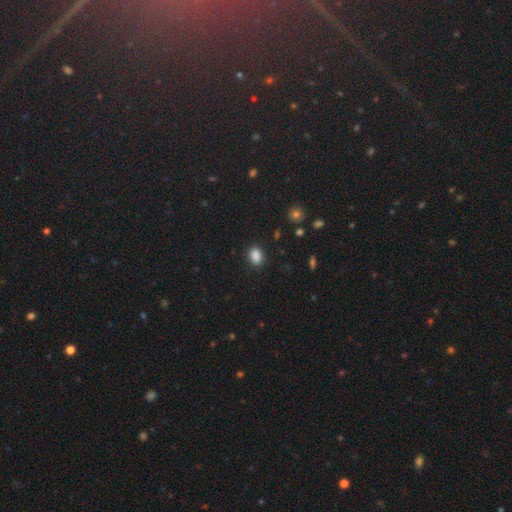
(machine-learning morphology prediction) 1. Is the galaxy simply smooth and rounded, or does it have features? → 87% smooth, 10% star or artifact, 3% featured or disk.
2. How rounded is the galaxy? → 75% in between, 24% round, 1% cigar-shaped.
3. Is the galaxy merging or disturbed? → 88% none, 8% minor disturbance, 2% major disturbance, 1% merger.